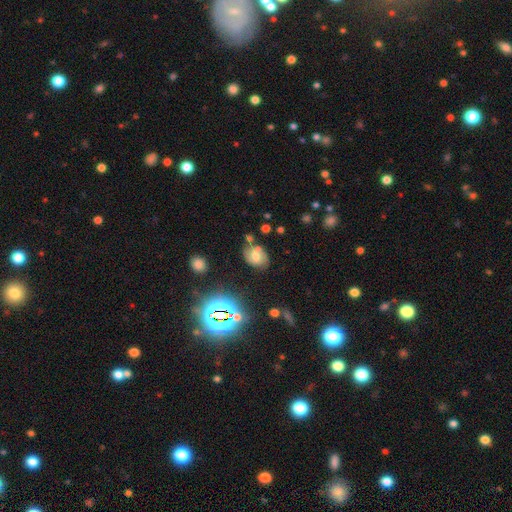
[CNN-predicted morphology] This appears to be a smooth galaxy with no disk features (45%). Merging: none (65%).